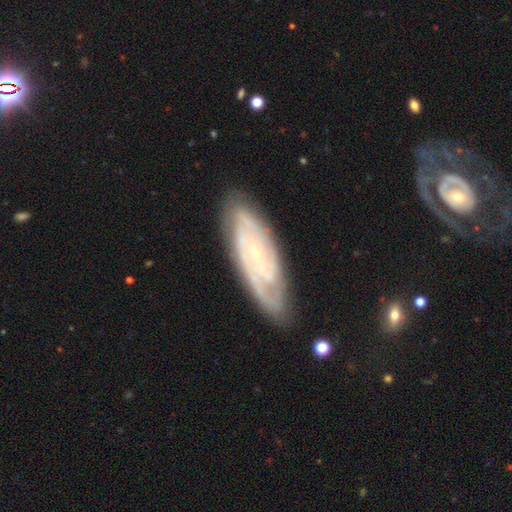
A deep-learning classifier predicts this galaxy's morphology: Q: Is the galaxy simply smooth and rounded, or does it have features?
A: featured or disk — 82%.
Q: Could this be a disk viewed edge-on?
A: no — 89%.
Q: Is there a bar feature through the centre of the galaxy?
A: no — 57%.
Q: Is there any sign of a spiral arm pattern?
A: yes — 95%.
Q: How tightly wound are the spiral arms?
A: tight — 69%.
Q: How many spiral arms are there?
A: can't tell — 34%.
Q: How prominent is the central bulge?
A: small — 82%.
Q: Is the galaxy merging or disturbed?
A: none — 78%.